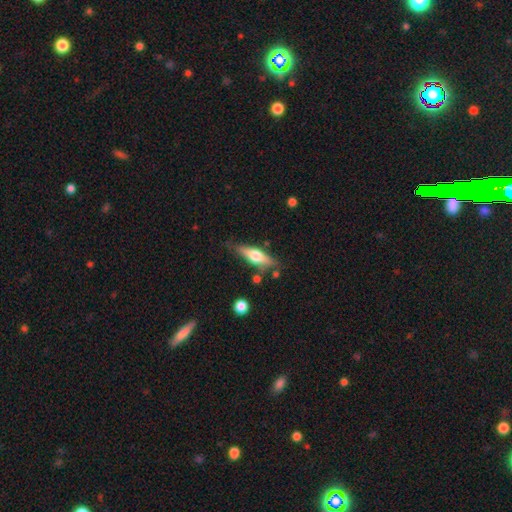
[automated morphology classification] Smooth or featured?
  - featured or disk: 48% *
  - smooth: 46%
  - star or artifact: 6%
Merging?
  - none: 74% *
  - minor disturbance: 17%
  - merger: 5%
  - major disturbance: 4%